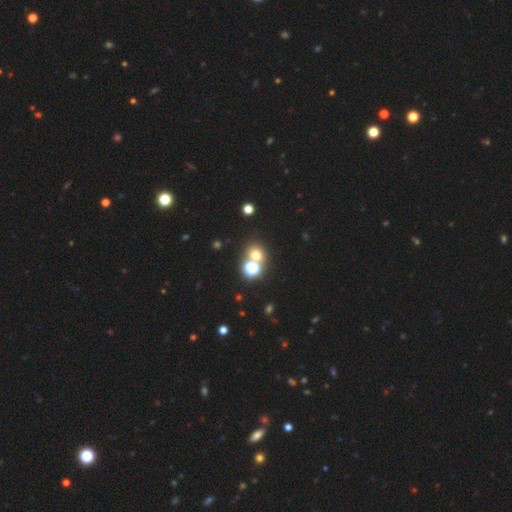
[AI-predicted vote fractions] Smooth or featured: smooth — 61% (star or artifact — 30%)
How rounded: round — 82% (in between — 17%)
Merging: none — 62% (merger — 27%)